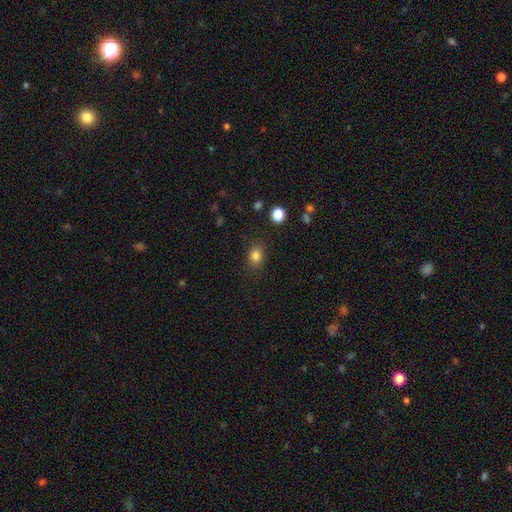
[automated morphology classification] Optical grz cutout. It shows a smooth galaxy with no disk features (82%) that is round (50%). Merging: none (85%).